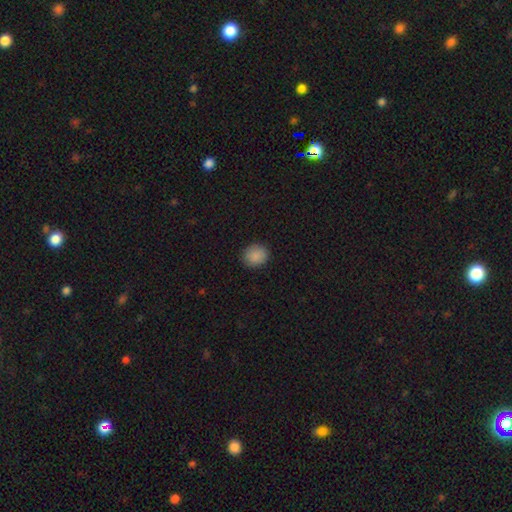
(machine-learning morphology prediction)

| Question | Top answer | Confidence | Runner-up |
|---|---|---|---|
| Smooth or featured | smooth | 88% | star or artifact (9%) |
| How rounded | round | 74% | in between (25%) |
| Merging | none | 88% | minor disturbance (9%) |